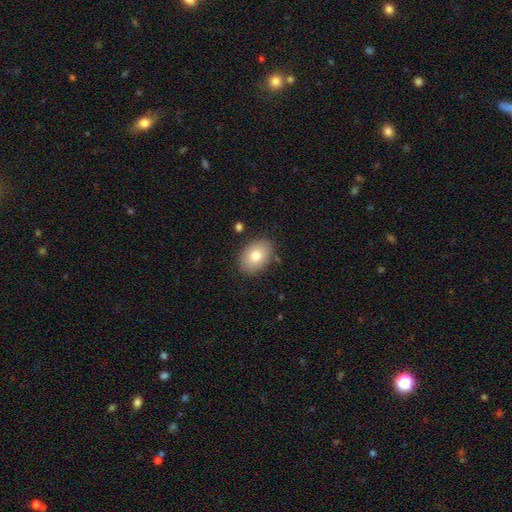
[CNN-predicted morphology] A smooth galaxy with no disk features (79%) that is in between round and cigar-shaped (79%). Merging: none (85%).